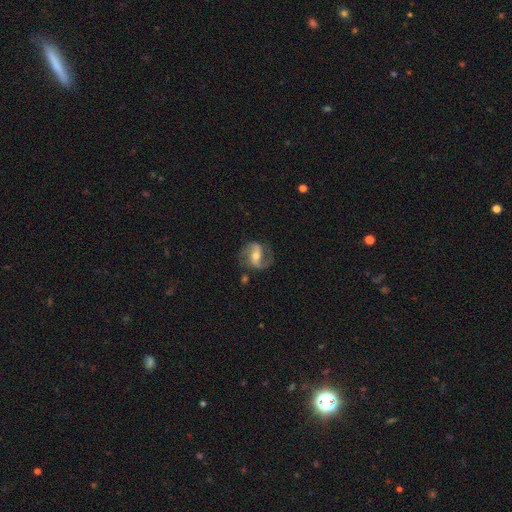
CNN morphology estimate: featured or disk 84%, smooth 10%, star or artifact 6%. Down the decision tree: edge-on disk — no (97%); bar — weak (38%); spiral arms — yes (95%); spiral arm count — 2 (89%); spiral winding — medium (45%); bulge size — moderate (63%); merging — none (74%).